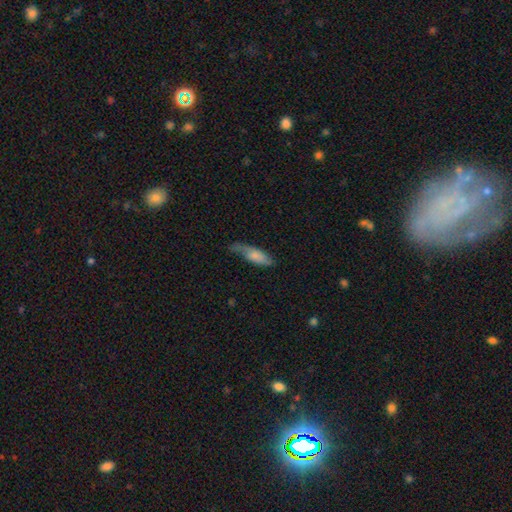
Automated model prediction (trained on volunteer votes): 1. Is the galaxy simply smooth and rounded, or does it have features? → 72% smooth, 22% featured or disk, 6% star or artifact.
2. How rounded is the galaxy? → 57% in between, 41% cigar-shaped, 2% round.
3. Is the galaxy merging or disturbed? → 45% none, 37% minor disturbance, 15% major disturbance, 3% merger.